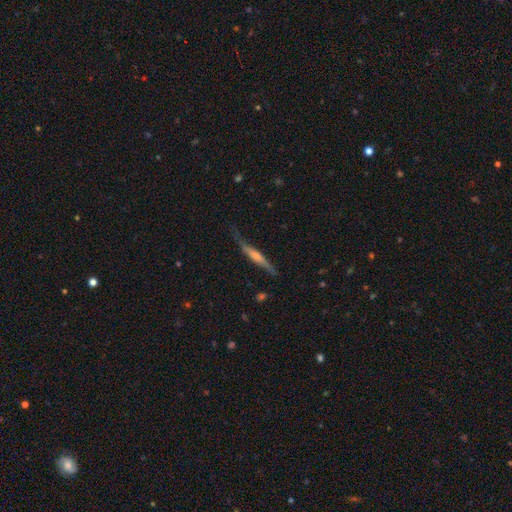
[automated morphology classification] This is likely a featured or disk galaxy (68%). It is clearly viewed edge-on (91%). Edge-on bulge: likely rounded (67%). Merging: likely none (62%).